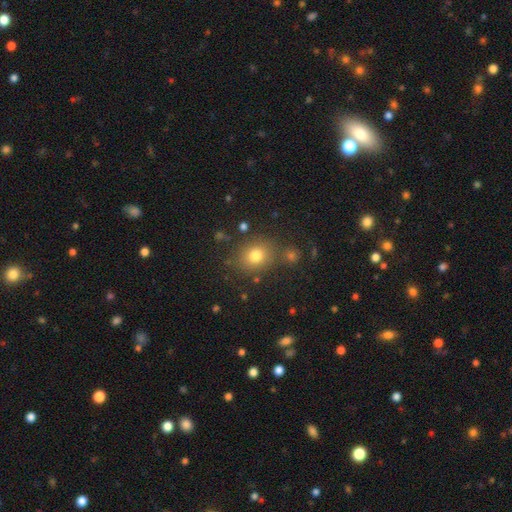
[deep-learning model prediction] Smooth or featured? smooth (77%)
How rounded? round (61%)
Merging? none (79%)